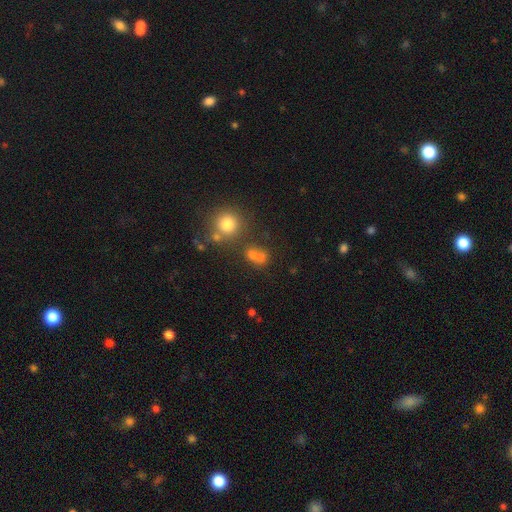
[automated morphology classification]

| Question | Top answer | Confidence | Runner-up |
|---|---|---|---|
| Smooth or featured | smooth | 66% | star or artifact (20%) |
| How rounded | round | 67% | in between (31%) |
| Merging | none | 43% | merger (42%) |